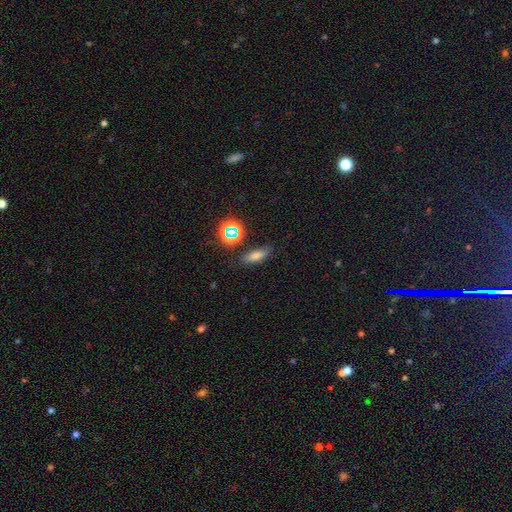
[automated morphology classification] Q: Smooth or featured?
A: smooth (62%); runner-up: star or artifact (22%)
Q: How rounded?
A: in between (49%); runner-up: cigar-shaped (41%)
Q: Merging?
A: none (81%); runner-up: minor disturbance (12%)